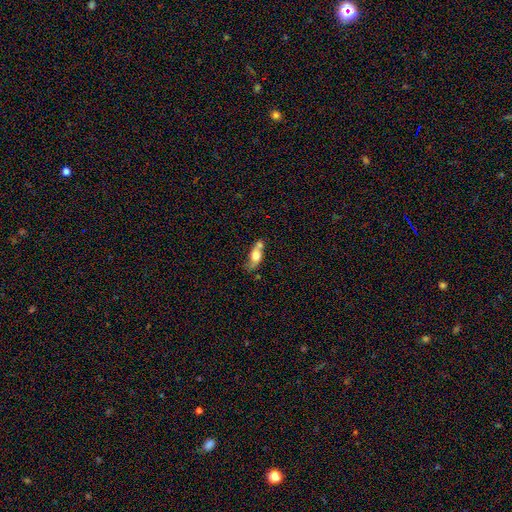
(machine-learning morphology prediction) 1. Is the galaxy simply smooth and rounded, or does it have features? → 57% smooth, 35% featured or disk, 8% star or artifact.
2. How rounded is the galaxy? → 71% in between, 18% cigar-shaped, 11% round.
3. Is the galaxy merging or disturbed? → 38% merger, 35% none, 18% minor disturbance, 9% major disturbance.